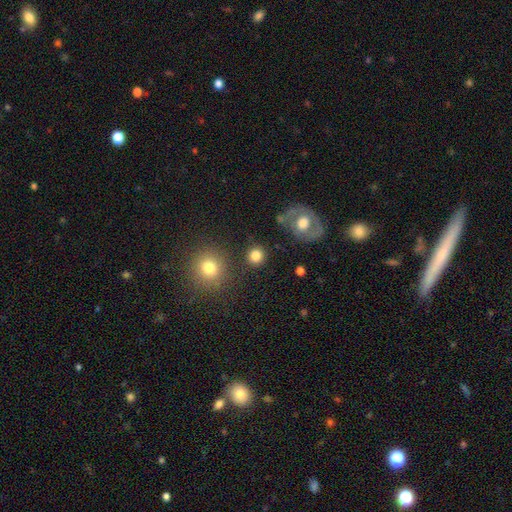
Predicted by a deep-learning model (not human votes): Overall: smooth (84%). How rounded: round (92%). Merging: none (87%).